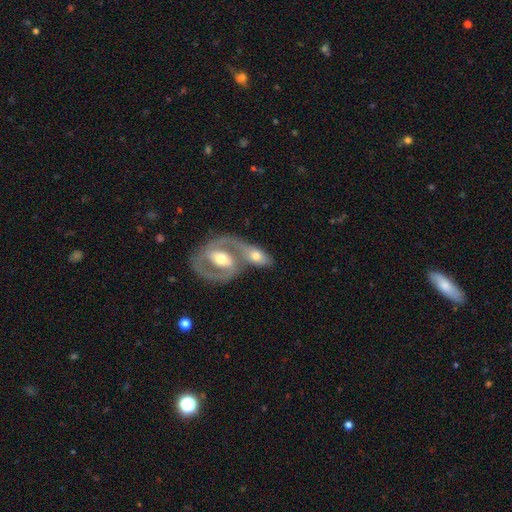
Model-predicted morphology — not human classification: smooth_or_featured: featured or disk (p=0.61) [alt: smooth p=0.34]
disk_edge_on: no (p=0.91) [alt: yes p=0.09]
bar: no (p=0.42) [alt: weak p=0.36]
has_spiral_arms: yes (p=0.75) [alt: no p=0.25]
bulge_size: moderate (p=0.72) [alt: small p=0.14]
merging: merger (p=0.47) [alt: none p=0.37]